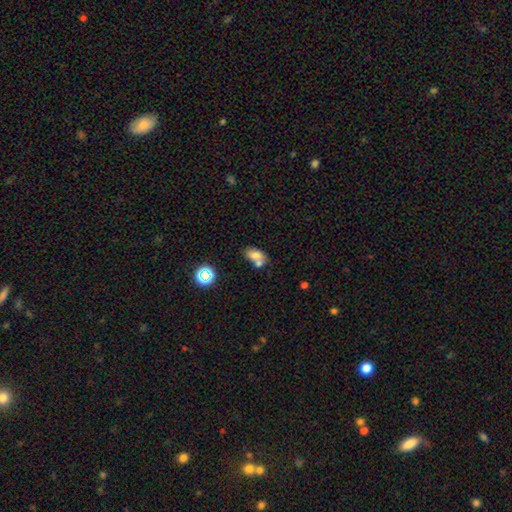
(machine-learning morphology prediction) smooth-or-featured: smooth: 72% | featured or disk: 16% | star or artifact: 12%
  how-rounded: in between: 86% | round: 11% | cigar-shaped: 3%
  merging: none: 43% | merger: 40% | minor disturbance: 12% | major disturbance: 4%